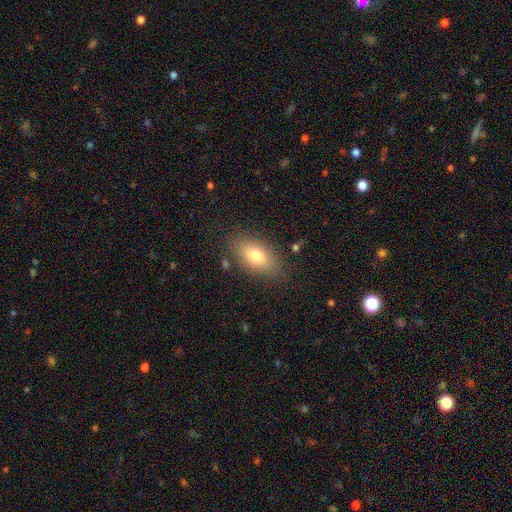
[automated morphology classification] Overall: smooth (76%). How rounded: in between (89%). Merging: none (82%).